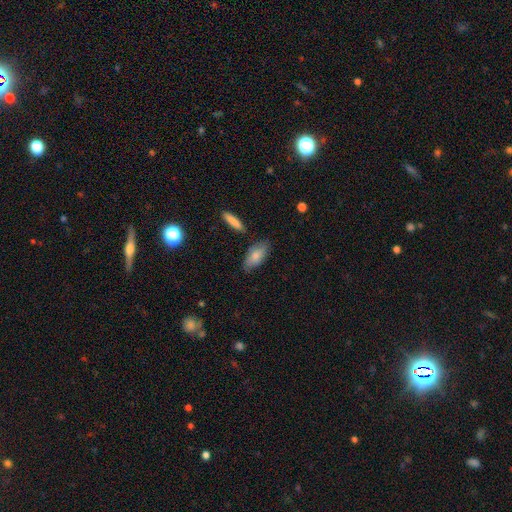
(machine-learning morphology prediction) Smooth or featured?
  - smooth: 80% *
  - featured or disk: 14%
  - star or artifact: 6%
How rounded?
  - in between: 87% *
  - cigar-shaped: 10%
  - round: 3%
Merging?
  - none: 74% *
  - minor disturbance: 18%
  - merger: 4%
  - major disturbance: 4%